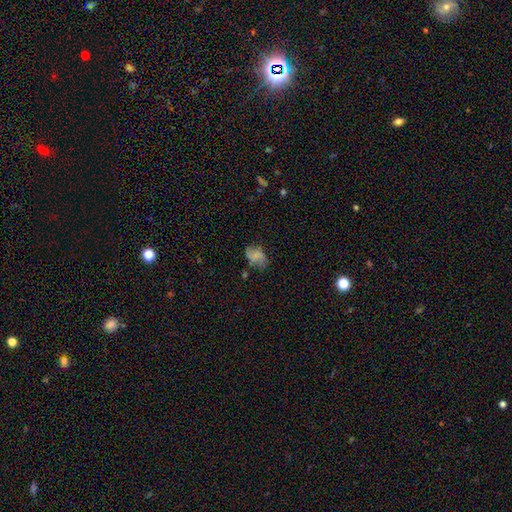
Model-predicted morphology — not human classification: Smooth or featured: smooth — 59% (featured or disk — 30%)
How rounded: in between — 82% (round — 16%)
Merging: none — 52% (minor disturbance — 30%)